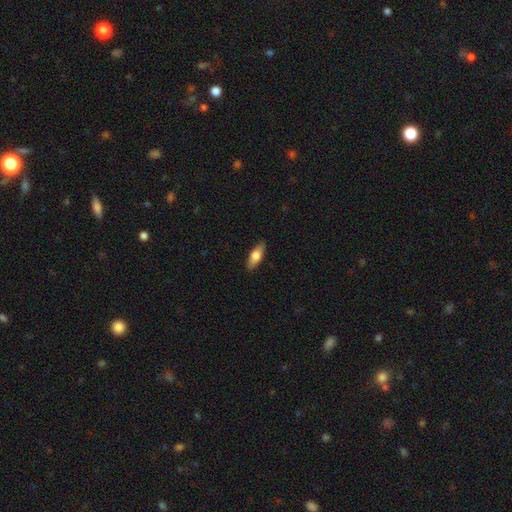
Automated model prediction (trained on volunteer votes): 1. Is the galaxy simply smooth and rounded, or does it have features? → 66% smooth, 28% featured or disk, 6% star or artifact.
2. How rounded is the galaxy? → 61% in between, 37% cigar-shaped, 3% round.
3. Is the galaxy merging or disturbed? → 89% none, 9% minor disturbance, 2% major disturbance, 1% merger.